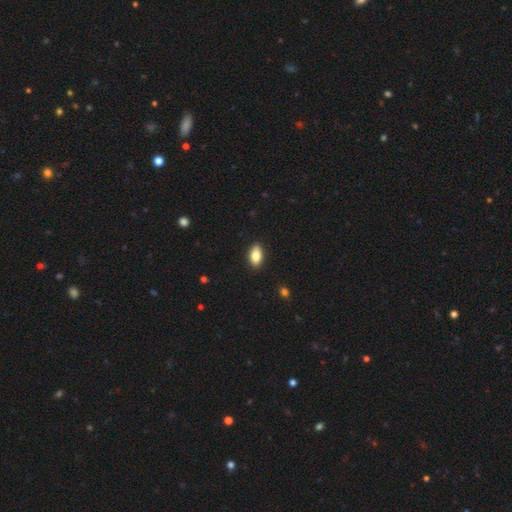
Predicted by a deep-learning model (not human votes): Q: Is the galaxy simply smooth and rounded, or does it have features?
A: smooth — 85%.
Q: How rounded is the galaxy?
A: in between — 91%.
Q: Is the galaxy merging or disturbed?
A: none — 89%.